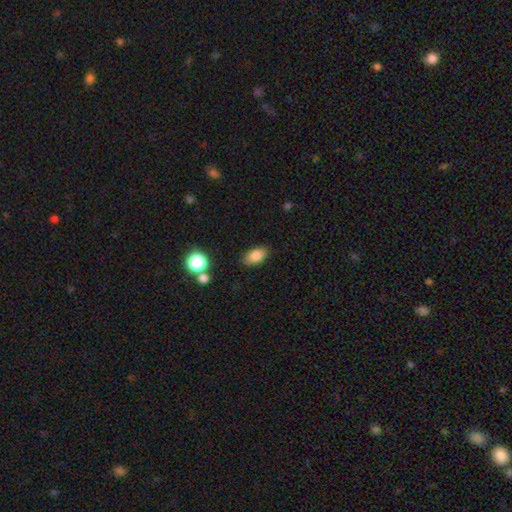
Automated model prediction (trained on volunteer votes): Smooth or featured? smooth (83%)
How rounded? in between (89%)
Merging? none (84%)